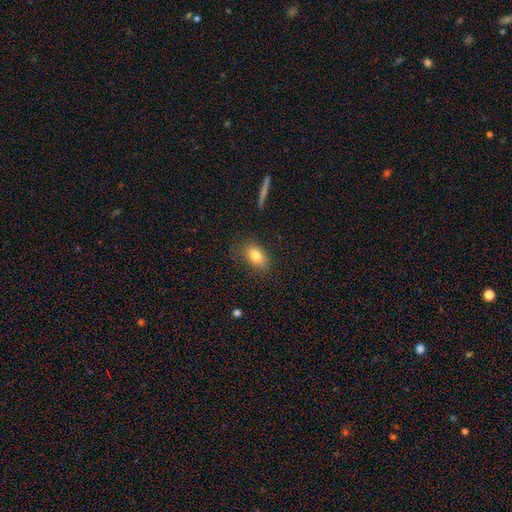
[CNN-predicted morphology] Overall: smooth (79%). How rounded: in between (85%). Merging: none (80%).